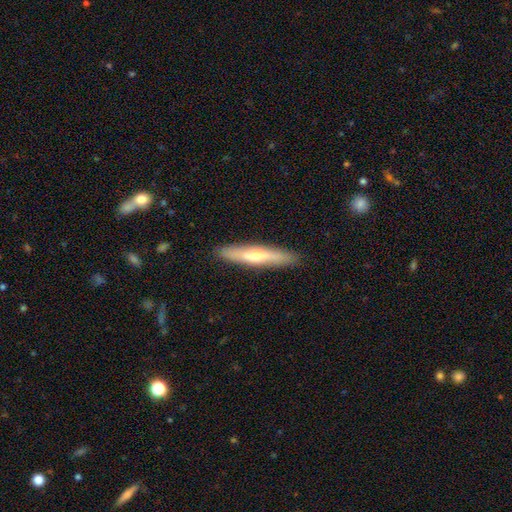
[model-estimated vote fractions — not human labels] A smooth galaxy with no disk features (48%).

Vote fractions:
- Smooth or featured? smooth: 48% / featured or disk: 46% / star or artifact: 6%
- Merging? none: 90% / minor disturbance: 7% / major disturbance: 2% / merger: 1%